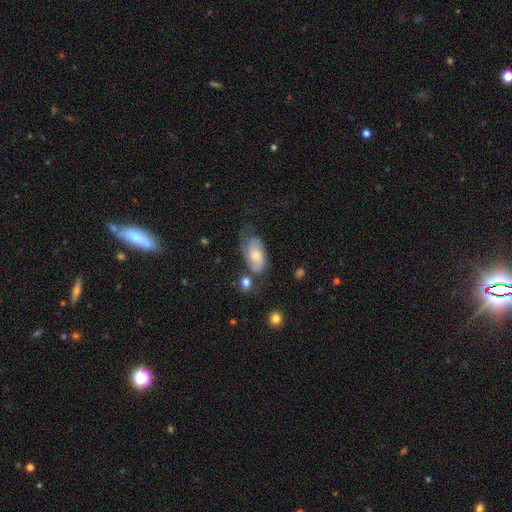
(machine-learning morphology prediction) The model was most divided on "smooth or featured": featured or disk: 49%, smooth: 44%, star or artifact: 7%. Remaining: merging — none (39%).